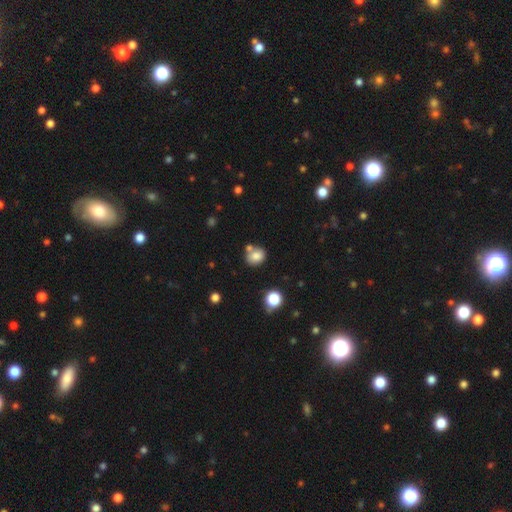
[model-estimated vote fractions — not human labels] smooth_or_featured: smooth (p=0.81) [alt: star or artifact p=0.11]
how_rounded: round (p=0.61) [alt: in between p=0.38]
merging: none (p=0.61) [alt: merger p=0.21]